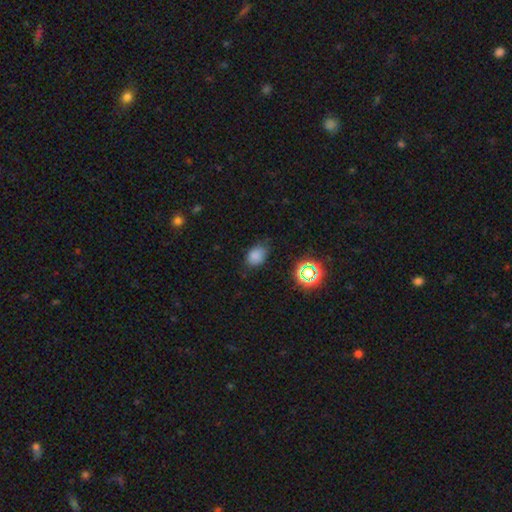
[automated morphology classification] Smooth or featured?
  - smooth: 77% *
  - star or artifact: 17%
  - featured or disk: 6%
How rounded?
  - in between: 67% *
  - round: 32%
  - cigar-shaped: 1%
Merging?
  - none: 66% *
  - minor disturbance: 26%
  - major disturbance: 6%
  - merger: 2%